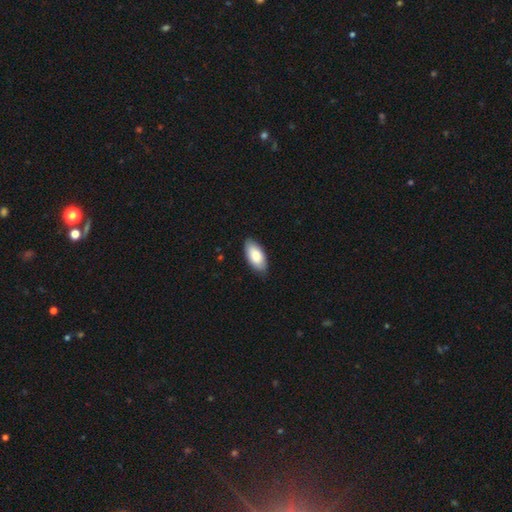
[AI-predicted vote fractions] Smooth or featured? smooth (83%)
How rounded? in between (93%)
Merging? none (84%)